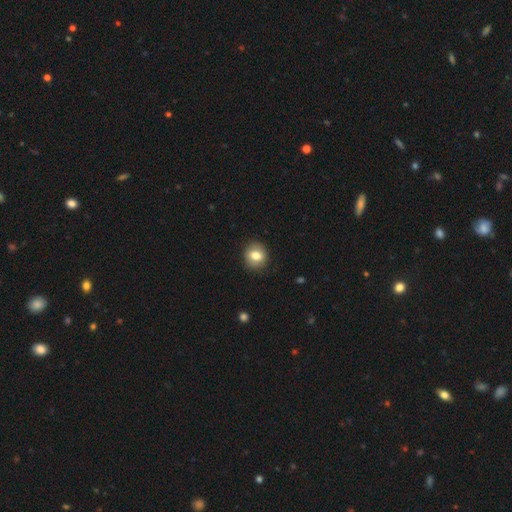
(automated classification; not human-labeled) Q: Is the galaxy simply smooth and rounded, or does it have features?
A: smooth — 76%.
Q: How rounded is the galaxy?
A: round — 72%.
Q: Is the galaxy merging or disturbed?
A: none — 87%.